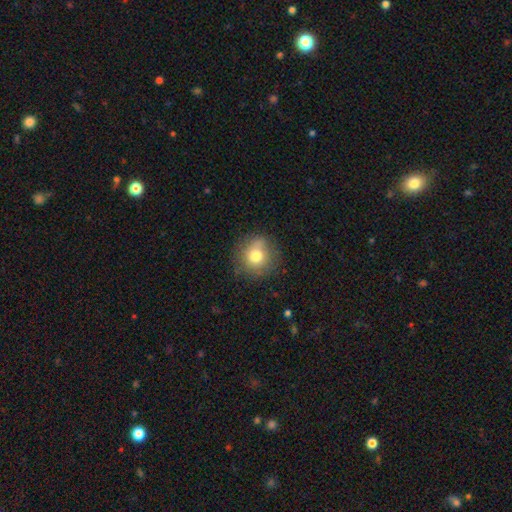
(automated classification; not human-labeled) Q: Smooth or featured?
A: smooth (76%); runner-up: featured or disk (13%)
Q: How rounded?
A: round (90%); runner-up: in between (9%)
Q: Merging?
A: none (78%); runner-up: minor disturbance (16%)